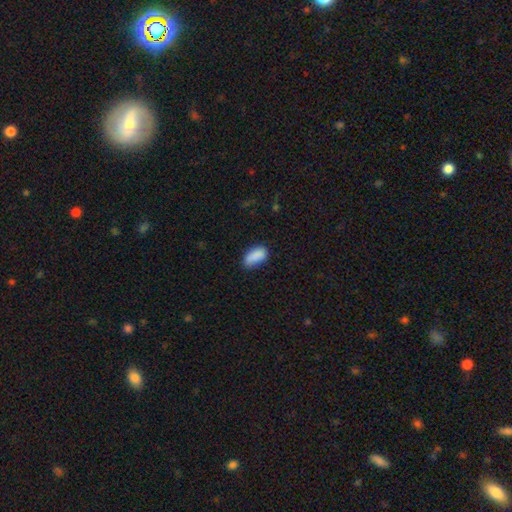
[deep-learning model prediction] smooth-or-featured: smooth: 86% | star or artifact: 8% | featured or disk: 6%
  how-rounded: in between: 89% | cigar-shaped: 7% | round: 3%
  merging: none: 65% | minor disturbance: 26% | major disturbance: 6% | merger: 3%